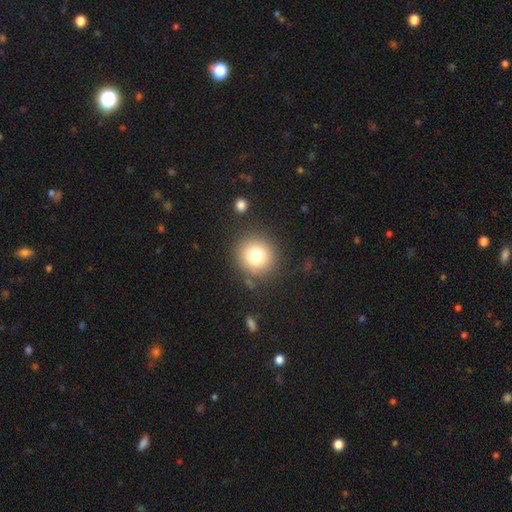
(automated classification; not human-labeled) Morphology: type=smooth (77%); roundness=round (92%); merging=none (86%).